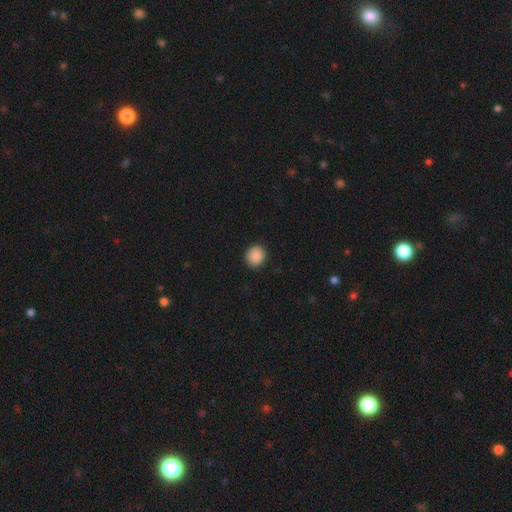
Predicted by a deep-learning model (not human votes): Smooth or featured? smooth (89%)
How rounded? round (90%)
Merging? none (92%)